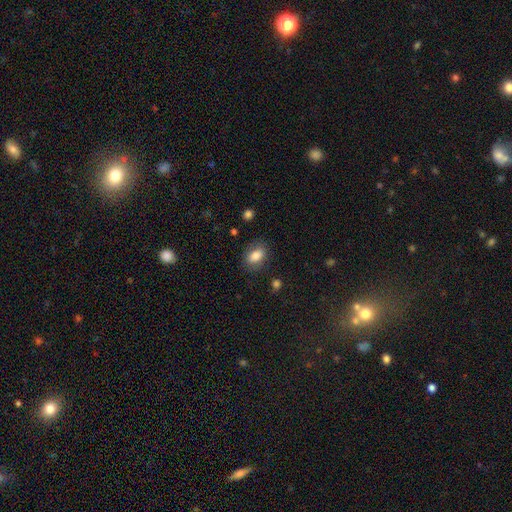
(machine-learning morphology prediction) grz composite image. It shows a smooth galaxy with no disk features (83%) that is in between round and cigar-shaped (86%). Merging: none (81%).